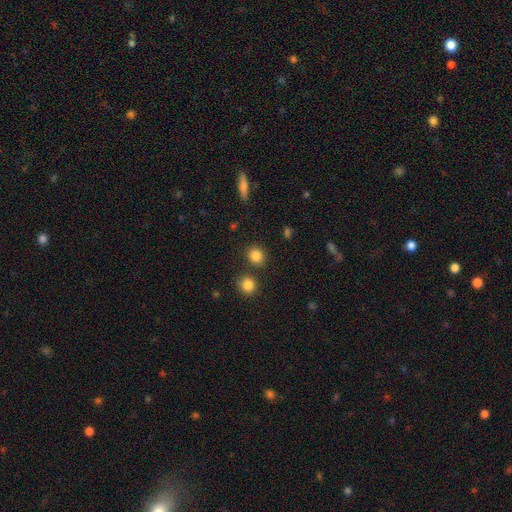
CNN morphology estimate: The model was most divided on "how rounded": round: 74%, in between: 24%, cigar-shaped: 1%. More confident: smooth or featured — smooth (85%); merging — none (81%).